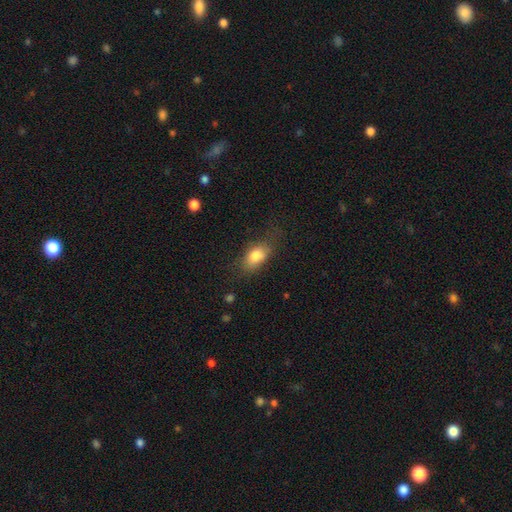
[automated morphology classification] Q: Smooth or featured?
A: smooth (79%); runner-up: featured or disk (12%)
Q: How rounded?
A: in between (84%); runner-up: round (11%)
Q: Merging?
A: none (60%); runner-up: minor disturbance (25%)